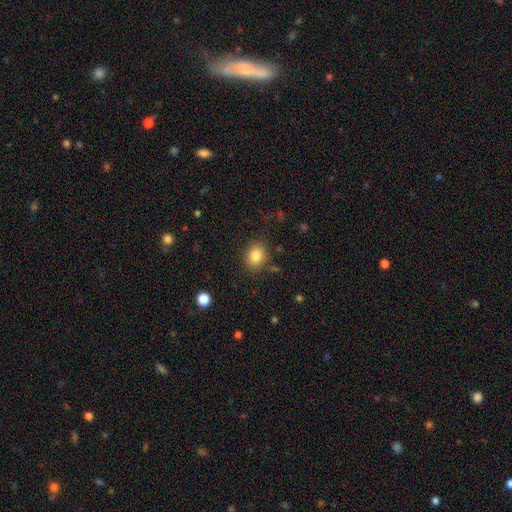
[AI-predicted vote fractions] This is clearly a smooth galaxy (83%). How rounded: possibly round (55%). Merging: clearly none (84%).